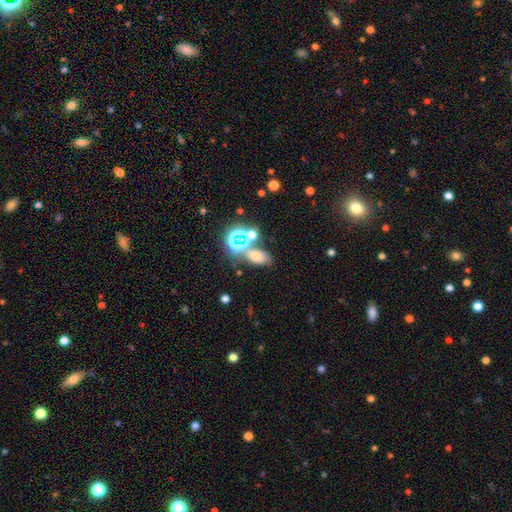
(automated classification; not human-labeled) smooth 60%, star or artifact 29%, featured or disk 12%. Down the decision tree: how rounded — in between (75%); merging — none (57%).